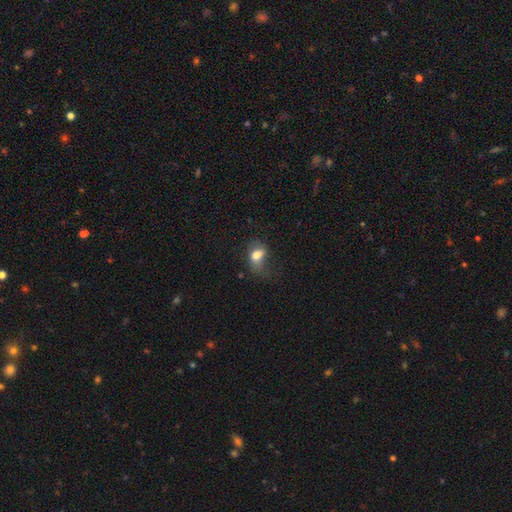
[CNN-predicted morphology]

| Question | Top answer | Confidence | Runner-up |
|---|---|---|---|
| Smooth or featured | smooth | 73% | featured or disk (17%) |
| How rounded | in between | 77% | round (21%) |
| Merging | major disturbance | 35% | none (32%) |